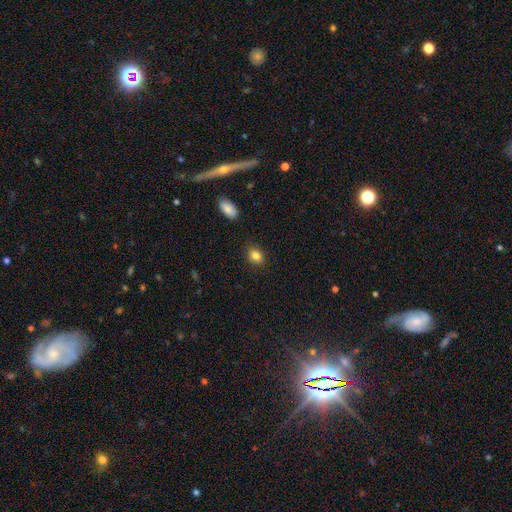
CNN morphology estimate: Q: Smooth or featured?
A: smooth (84%); runner-up: star or artifact (10%)
Q: How rounded?
A: round (50%); runner-up: in between (49%)
Q: Merging?
A: none (88%); runner-up: minor disturbance (8%)